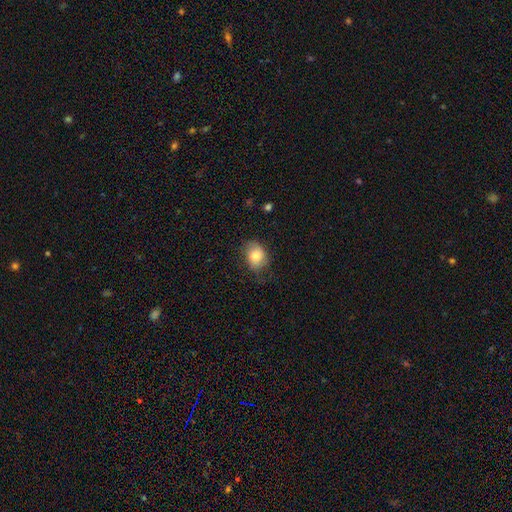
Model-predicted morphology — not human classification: Smooth or featured: smooth — 79% (featured or disk — 12%)
How rounded: in between — 60% (round — 39%)
Merging: none — 65% (minor disturbance — 25%)